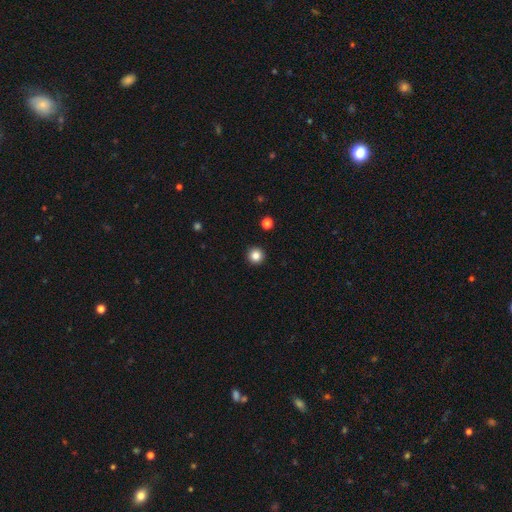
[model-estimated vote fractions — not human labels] Smooth or featured? smooth (85%)
How rounded? round (96%)
Merging? none (94%)